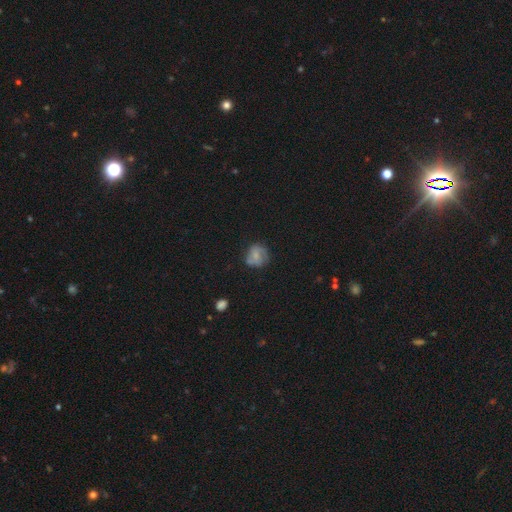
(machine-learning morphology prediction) smooth 55%, featured or disk 36%, star or artifact 9%. Down the decision tree: how rounded — round (78%); merging — none (64%).